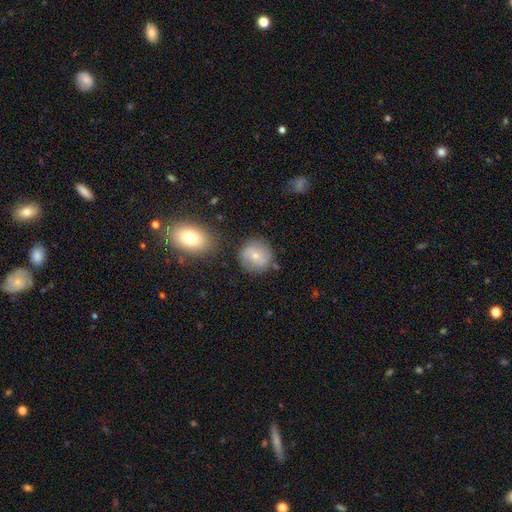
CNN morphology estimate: smooth 63%, featured or disk 27%, star or artifact 9%. Down the decision tree: how rounded — round (91%); merging — none (75%).